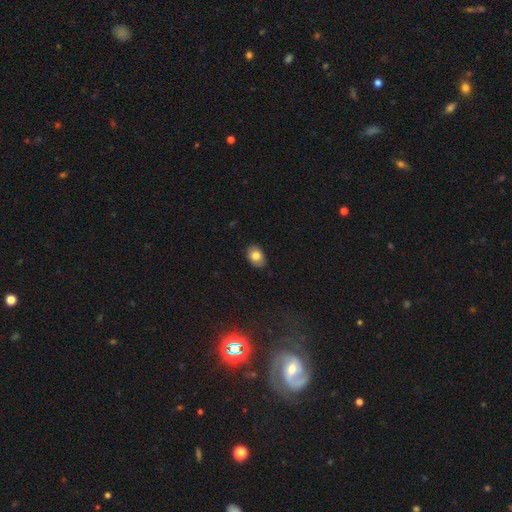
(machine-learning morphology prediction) smooth-or-featured: smooth: 81% | featured or disk: 10% | star or artifact: 8%
  how-rounded: in between: 80% | round: 19% | cigar-shaped: 1%
  merging: none: 82% | minor disturbance: 15% | major disturbance: 2% | merger: 1%